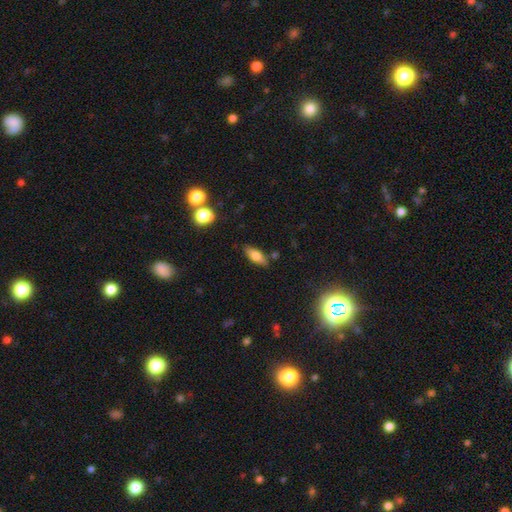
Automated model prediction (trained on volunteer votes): A smooth galaxy with no disk features (71%) that is in between round and cigar-shaped (71%).

Vote fractions:
- Smooth or featured? smooth: 71% / featured or disk: 20% / star or artifact: 9%
- How rounded? in between: 71% / cigar-shaped: 26% / round: 4%
- Merging? none: 82% / minor disturbance: 12% / merger: 3% / major disturbance: 3%